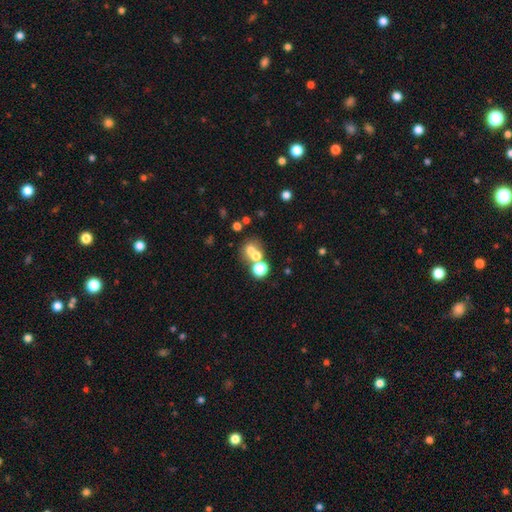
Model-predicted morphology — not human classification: Q: Smooth or featured?
A: smooth (60%); runner-up: star or artifact (21%)
Q: How rounded?
A: round (74%); runner-up: in between (25%)
Q: Merging?
A: merger (46%); runner-up: none (42%)